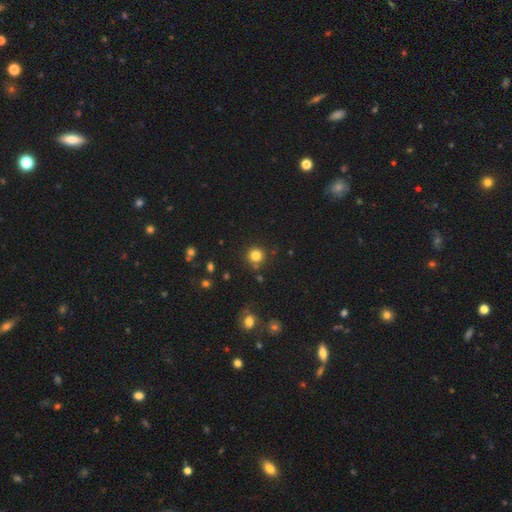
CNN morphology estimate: Smooth or featured: smooth — 82% (star or artifact — 13%)
How rounded: round — 93% (in between — 6%)
Merging: none — 84% (minor disturbance — 8%)